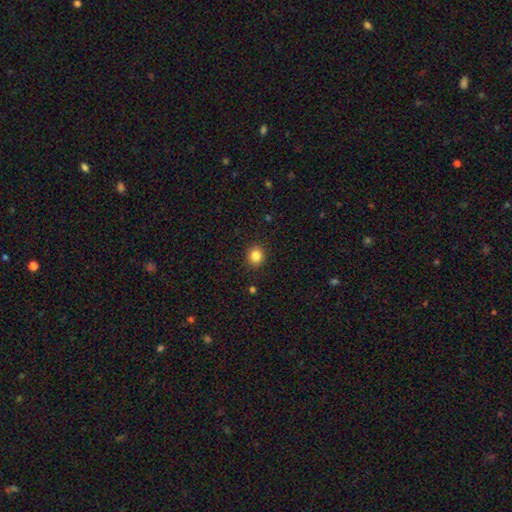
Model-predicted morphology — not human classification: A smooth galaxy with no disk features (84%) that is round (83%). Merging: none (91%).